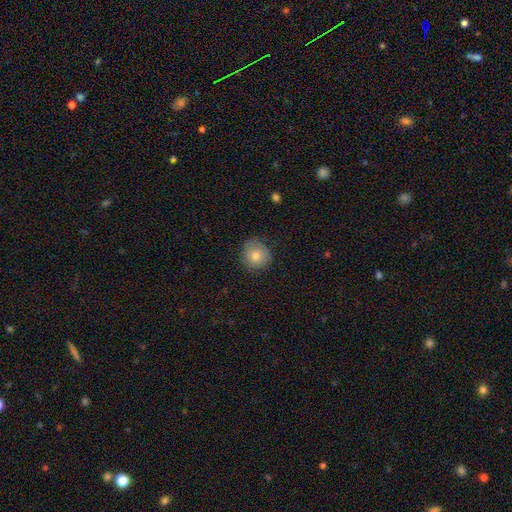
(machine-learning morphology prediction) Smooth or featured: smooth — 78% (featured or disk — 13%)
How rounded: round — 91% (in between — 8%)
Merging: none — 79% (minor disturbance — 16%)